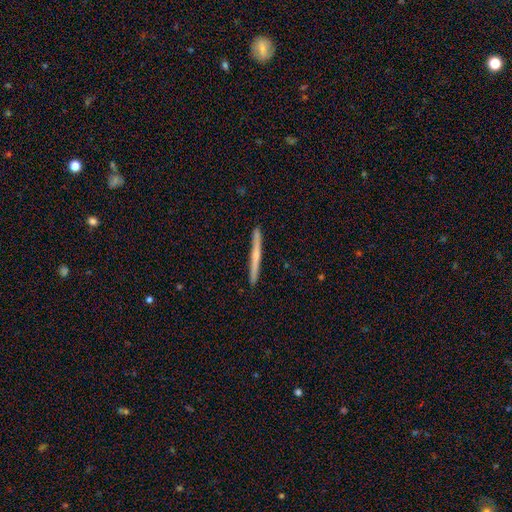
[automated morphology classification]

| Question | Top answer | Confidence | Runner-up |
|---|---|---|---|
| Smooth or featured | featured or disk | 47% | tied: smooth (47%) |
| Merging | none | 91% | minor disturbance (6%) |